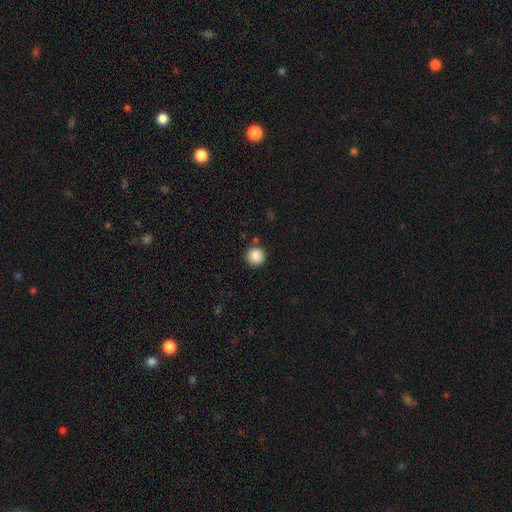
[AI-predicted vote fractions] This appears to be a smooth galaxy with no disk features (88%) that is round (95%). Merging: none (87%).